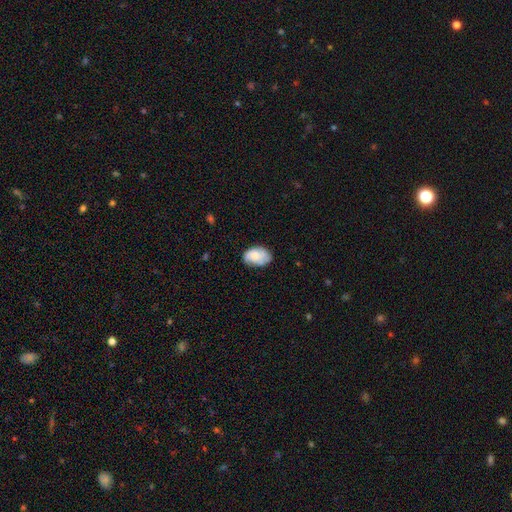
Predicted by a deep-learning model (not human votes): smooth 65%, featured or disk 27%, star or artifact 7%. Down the decision tree: how rounded — in between (84%); merging — none (66%).